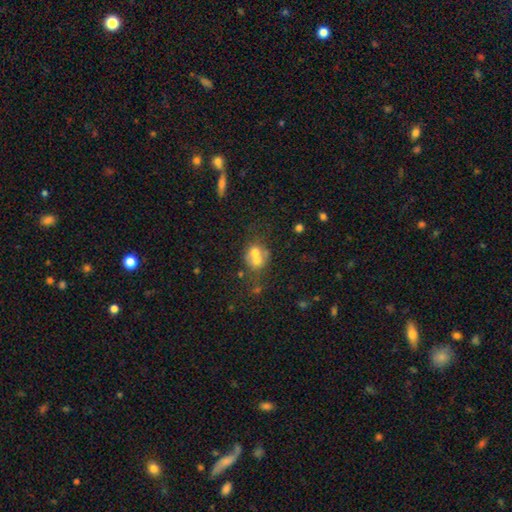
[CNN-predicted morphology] Smooth or featured? smooth (60%)
How rounded? round (67%)
Merging? merger (63%)